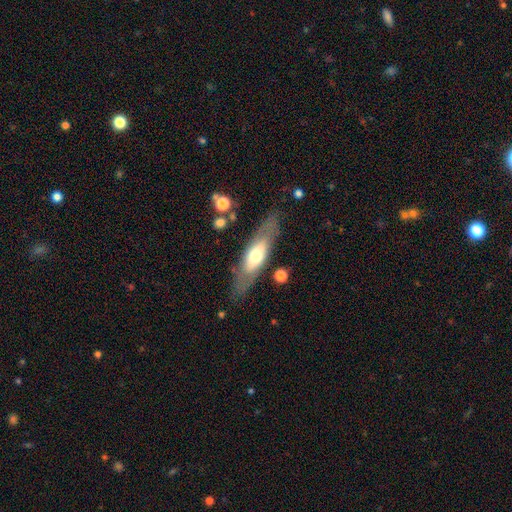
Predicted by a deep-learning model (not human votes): smooth 49%, featured or disk 45%, star or artifact 6%. Down the decision tree: merging — none (79%).